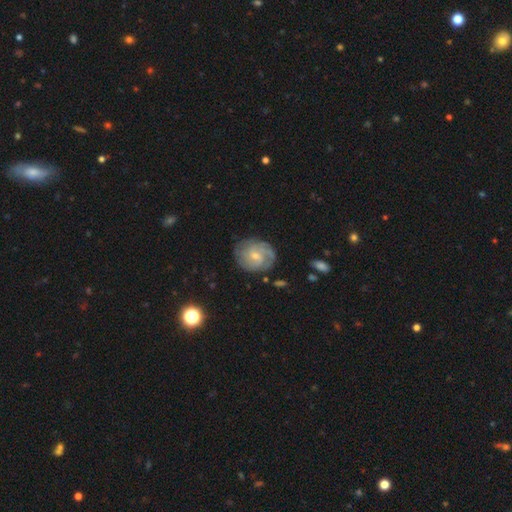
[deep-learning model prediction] Smooth or featured? featured or disk (75%)
Edge-on disk? no (98%)
Bar? no (58%)
Spiral arms? yes (93%)
Spiral winding? tight (58%)
Spiral arm count? can't tell (33%)
Bulge size? small (68%)
Merging? none (76%)